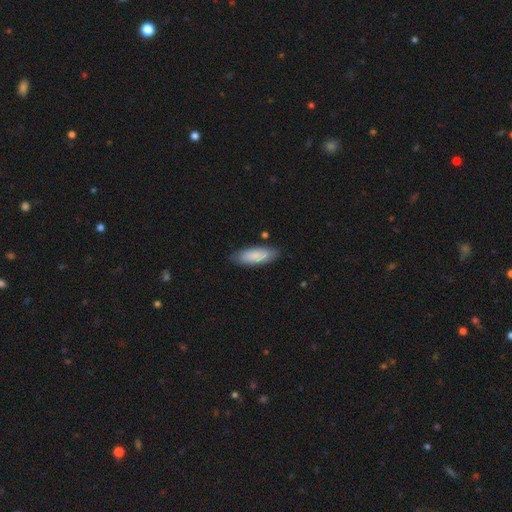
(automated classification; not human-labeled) Morphology: type=smooth (81%); roundness=in between (72%); merging=none (81%).